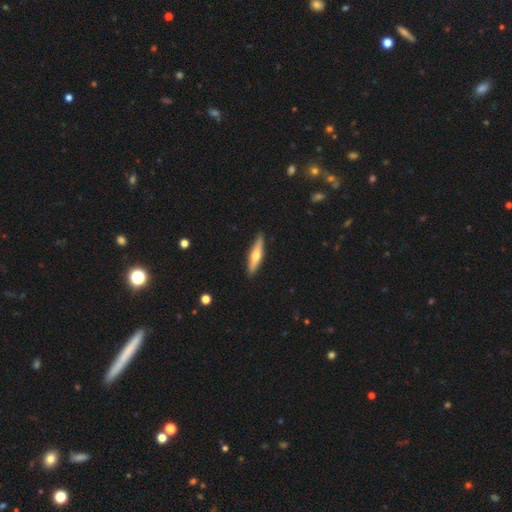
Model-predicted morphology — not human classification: featured or disk 52%, smooth 43%, star or artifact 5%. Down the decision tree: edge-on disk — yes (93%); merging — none (90%).